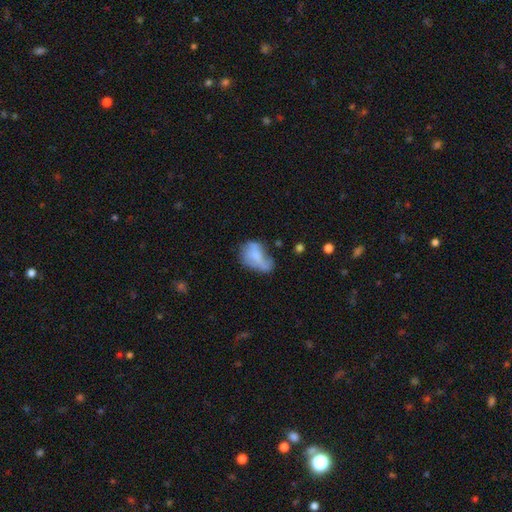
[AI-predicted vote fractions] Smooth or featured?
  - smooth: 59% *
  - featured or disk: 31%
  - star or artifact: 10%
How rounded?
  - in between: 85% *
  - round: 11%
  - cigar-shaped: 4%
Merging?
  - major disturbance: 32% *
  - minor disturbance: 30%
  - none: 28%
  - merger: 10%